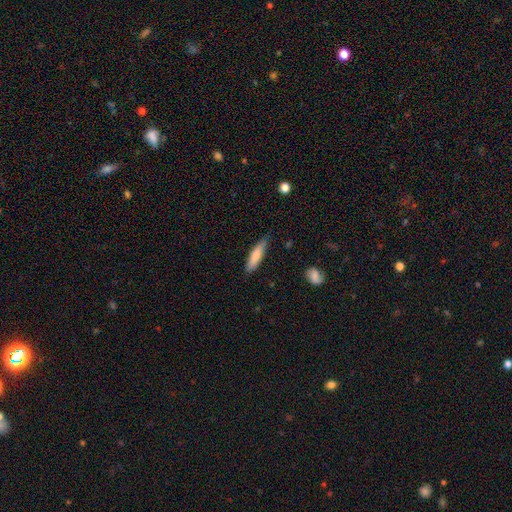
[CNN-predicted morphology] The model was most divided on "how rounded": cigar-shaped: 72%, in between: 26%, round: 2%. More confident: merging — none (80%); smooth or featured — smooth (78%).